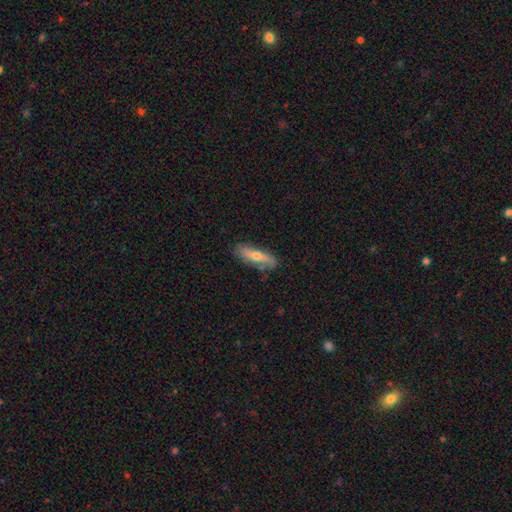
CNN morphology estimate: smooth-or-featured: smooth: 47% | featured or disk: 46% | star or artifact: 7%
  merging: none: 79% | minor disturbance: 16% | major disturbance: 3% | merger: 2%